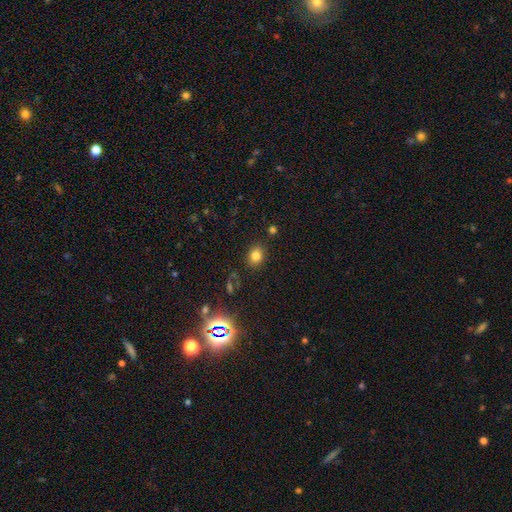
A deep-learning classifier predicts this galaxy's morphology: Overall: smooth (78%). How rounded: round (53%; in between 46%). Merging: none (84%).